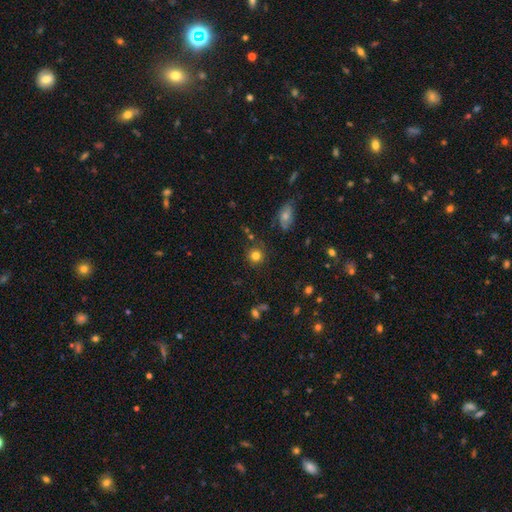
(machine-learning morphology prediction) type=smooth (80%); roundness=round (91%); merging=none (83%).